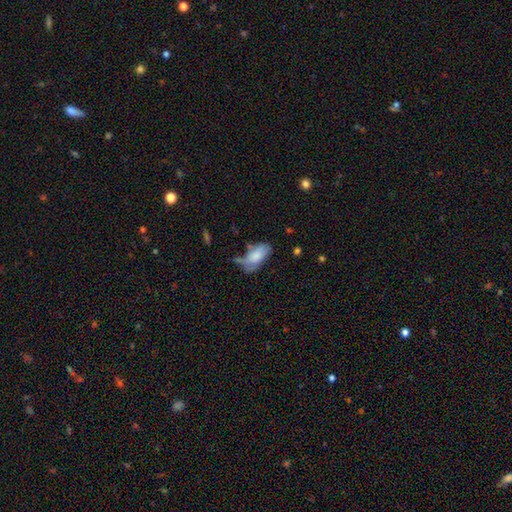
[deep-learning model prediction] The model was most divided on "merging": none: 39%, minor disturbance: 33%, major disturbance: 17%, merger: 11%. More confident: how rounded — in between (91%); smooth or featured — smooth (75%).